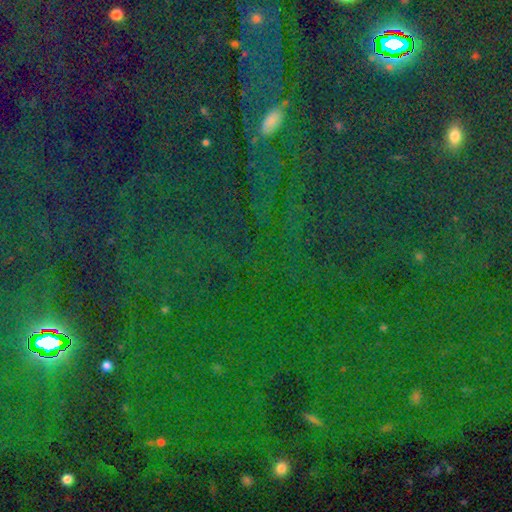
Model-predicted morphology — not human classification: A star or artifact, not a galaxy (80%).

Vote fractions:
- Smooth or featured? star or artifact: 80% / smooth: 12% / featured or disk: 7%